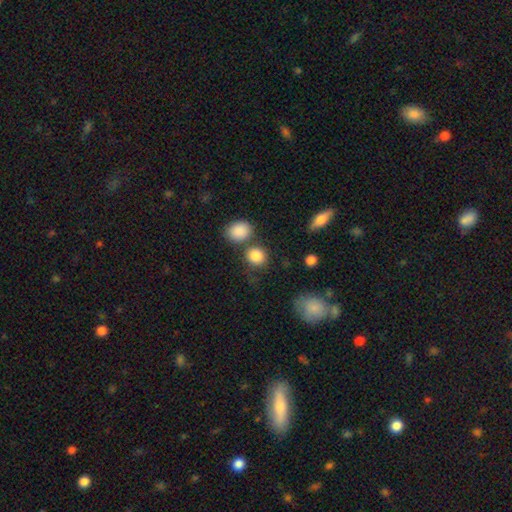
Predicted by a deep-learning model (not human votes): A smooth galaxy with no disk features (86%) that is round (79%).

Vote fractions:
- Smooth or featured? smooth: 86% / star or artifact: 9% / featured or disk: 5%
- How rounded? round: 79% / in between: 20% / cigar-shaped: 1%
- Merging? none: 65% / merger: 19% / minor disturbance: 11% / major disturbance: 5%